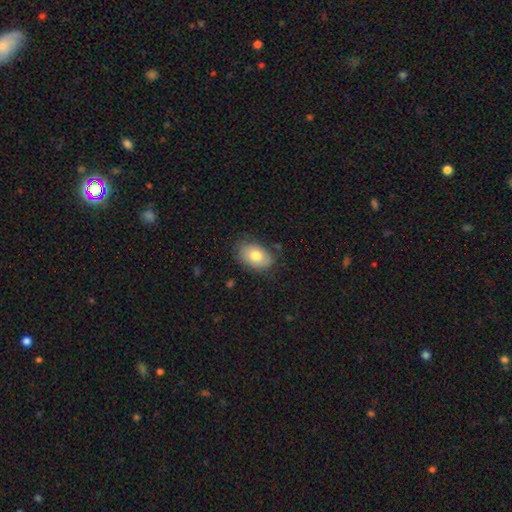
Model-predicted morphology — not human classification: Overall: smooth (77%). How rounded: in between (86%). Merging: none (76%).